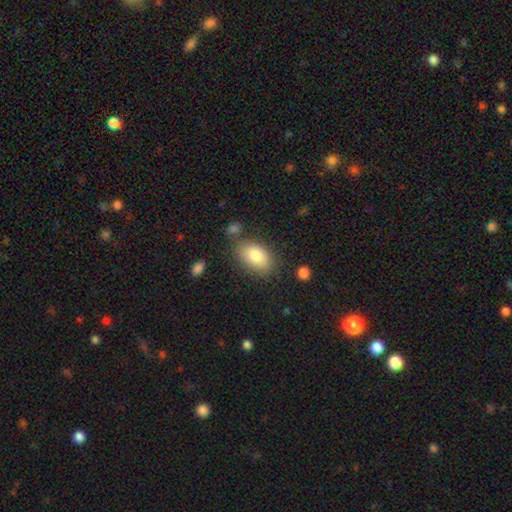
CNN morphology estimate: A smooth galaxy with no disk features (82%) that is in between round and cigar-shaped (90%).

Vote fractions:
- Smooth or featured? smooth: 82% / featured or disk: 11% / star or artifact: 7%
- How rounded? in between: 90% / round: 8% / cigar-shaped: 1%
- Merging? none: 73% / minor disturbance: 16% / merger: 6% / major disturbance: 5%